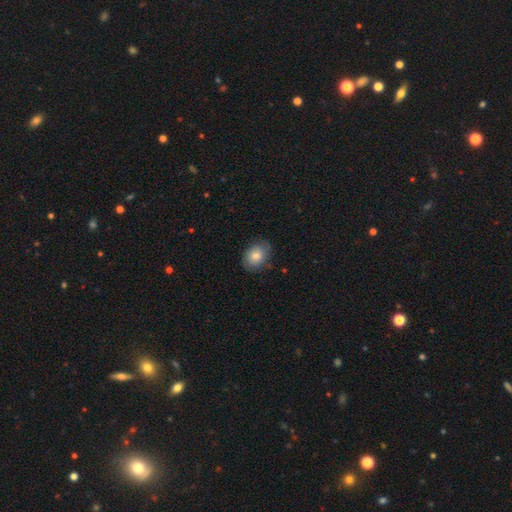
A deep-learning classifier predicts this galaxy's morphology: This is likely a smooth galaxy (74%). How rounded: likely in between (62%). Merging: likely none (78%).